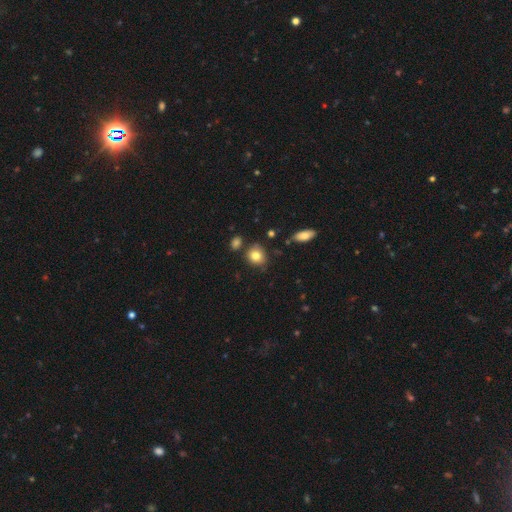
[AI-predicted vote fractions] smooth 82%, star or artifact 10%, featured or disk 8%. Down the decision tree: how rounded — round (68%); merging — none (74%).